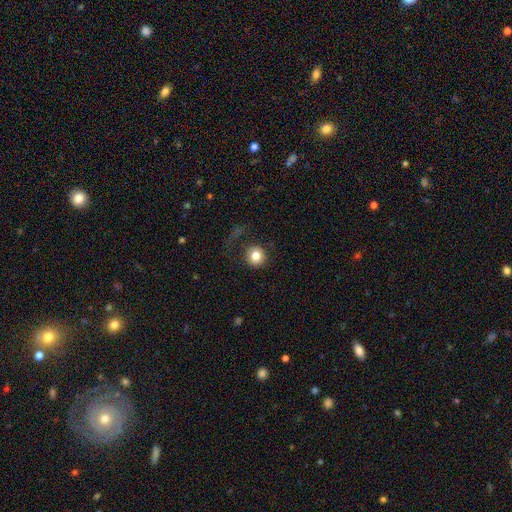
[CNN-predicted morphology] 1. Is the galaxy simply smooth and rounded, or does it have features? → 80% smooth, 10% star or artifact, 10% featured or disk.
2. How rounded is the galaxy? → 93% round, 6% in between, 1% cigar-shaped.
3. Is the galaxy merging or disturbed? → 77% none, 11% major disturbance, 10% minor disturbance, 2% merger.